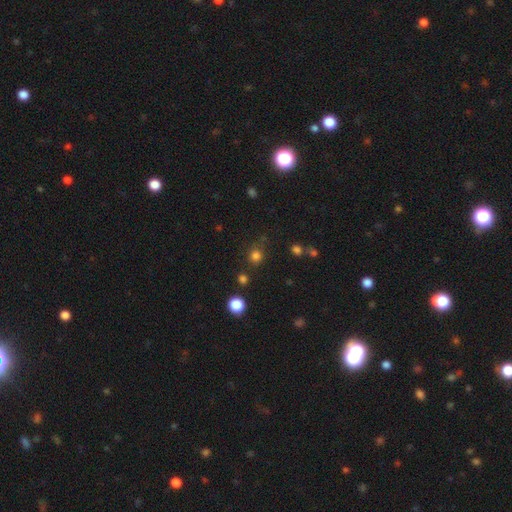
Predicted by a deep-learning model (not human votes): A smooth galaxy with no disk features (77%) that is round (89%). Merging: none (80%).